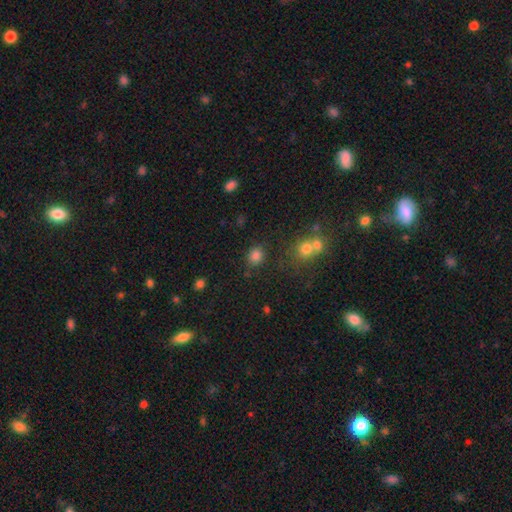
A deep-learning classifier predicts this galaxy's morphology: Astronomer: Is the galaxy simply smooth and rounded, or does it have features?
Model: smooth — 81%.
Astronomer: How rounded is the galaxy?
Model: round — 71%.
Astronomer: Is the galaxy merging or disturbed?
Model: none — 78%.